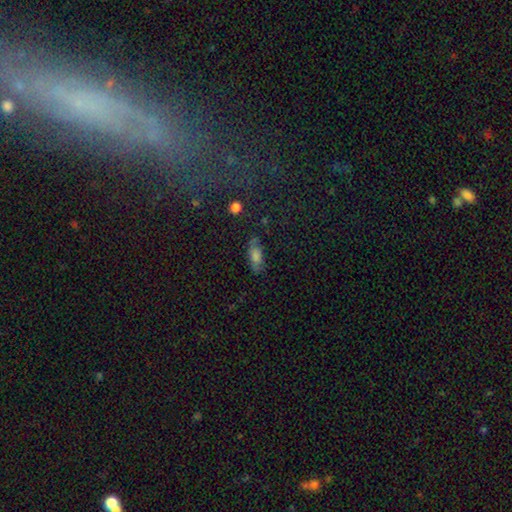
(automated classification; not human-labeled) Morphology: type=smooth (68%); roundness=in between (76%); merging=none (73%).